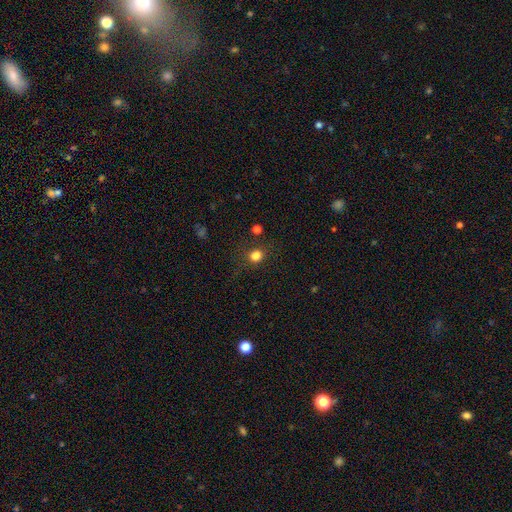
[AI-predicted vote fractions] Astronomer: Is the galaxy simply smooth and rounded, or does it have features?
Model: smooth — 80%.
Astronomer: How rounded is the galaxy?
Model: round — 79%.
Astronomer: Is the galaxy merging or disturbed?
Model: none — 80%.